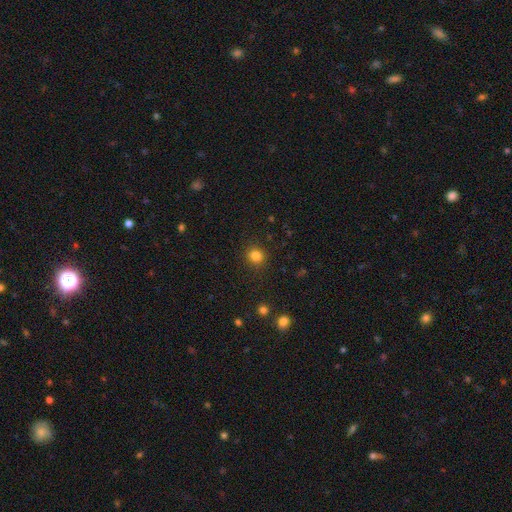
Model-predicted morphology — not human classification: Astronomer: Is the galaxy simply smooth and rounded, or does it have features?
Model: smooth — 83%.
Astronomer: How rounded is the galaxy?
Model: round — 88%.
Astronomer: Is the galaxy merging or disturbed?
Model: none — 90%.